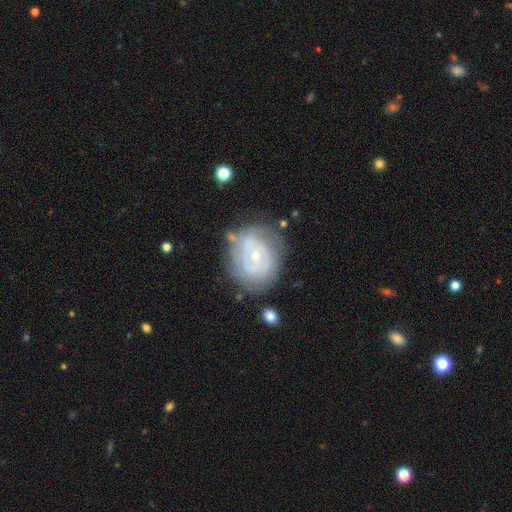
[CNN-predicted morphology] type=featured or disk (77%); edge-on=no (97%); bar=no (64%); spiral arms=yes (81%); winding=tight (65%); arm count=can't tell (41%); bulge=small (72%); merging=none (69%).